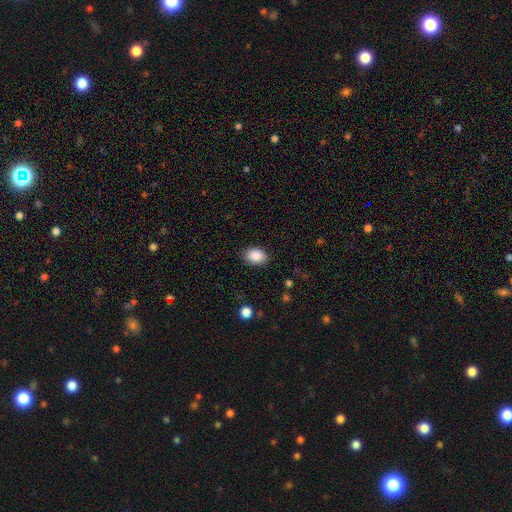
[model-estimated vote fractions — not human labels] Smooth or featured?
  - smooth: 88% *
  - star or artifact: 8%
  - featured or disk: 4%
How rounded?
  - in between: 78% *
  - round: 21%
  - cigar-shaped: 1%
Merging?
  - none: 87% *
  - minor disturbance: 10%
  - major disturbance: 3%
  - merger: 1%